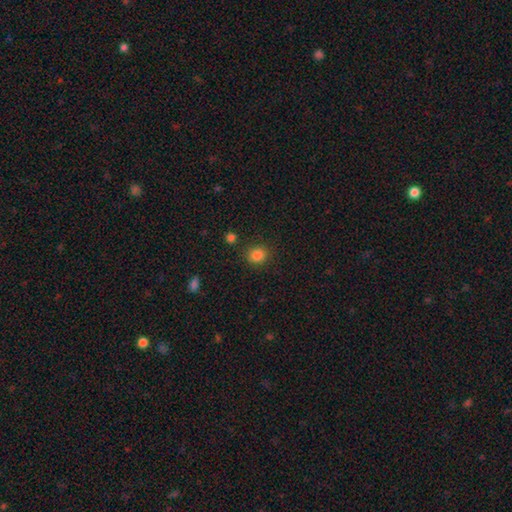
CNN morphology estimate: smooth-or-featured: smooth: 84% | star or artifact: 12% | featured or disk: 4%
  how-rounded: round: 78% | in between: 21% | cigar-shaped: 1%
  merging: none: 85% | minor disturbance: 9% | merger: 4% | major disturbance: 3%